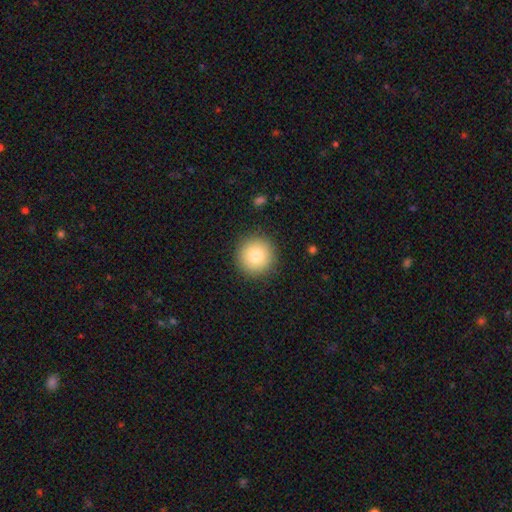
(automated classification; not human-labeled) This appears to be a smooth galaxy with no disk features (78%) that is round (96%). Merging: none (91%).